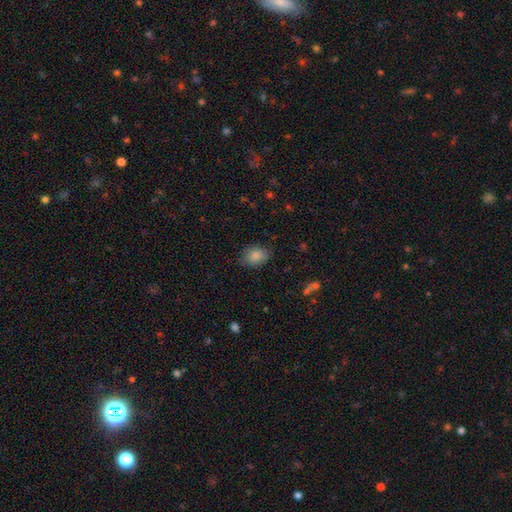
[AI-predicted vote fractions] Q: Smooth or featured?
A: smooth (85%); runner-up: star or artifact (8%)
Q: How rounded?
A: in between (63%); runner-up: round (36%)
Q: Merging?
A: none (77%); runner-up: minor disturbance (18%)